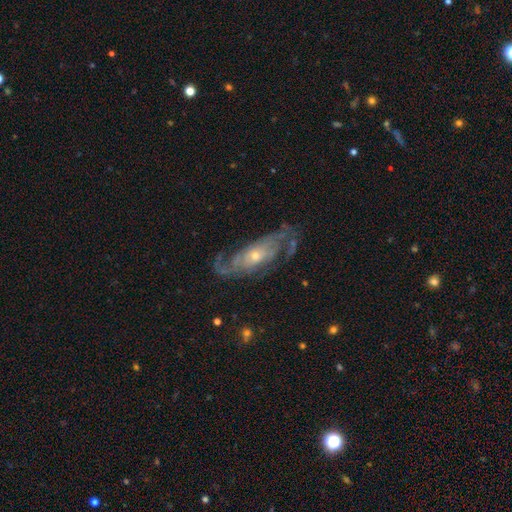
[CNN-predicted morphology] Q: Smooth or featured?
A: featured or disk (83%); runner-up: smooth (10%)
Q: Edge-on disk?
A: no (88%); runner-up: yes (12%)
Q: Bar?
A: no (72%); runner-up: weak (22%)
Q: Spiral arms?
A: yes (91%); runner-up: no (9%)
Q: Spiral winding?
A: medium (42%); runner-up: tight (35%)
Q: Spiral arm count?
A: 2 (53%); runner-up: can't tell (24%)
Q: Bulge size?
A: small (57%); runner-up: moderate (38%)
Q: Merging?
A: none (67%); runner-up: minor disturbance (18%)